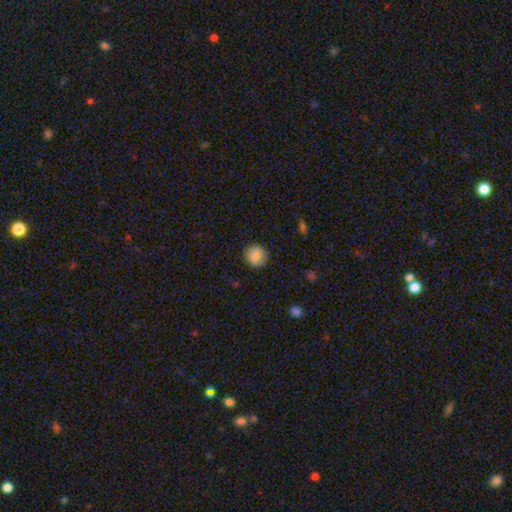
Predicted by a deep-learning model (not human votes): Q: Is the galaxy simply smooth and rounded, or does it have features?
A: smooth — 77%.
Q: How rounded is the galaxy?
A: round — 90%.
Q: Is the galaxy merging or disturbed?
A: none — 86%.